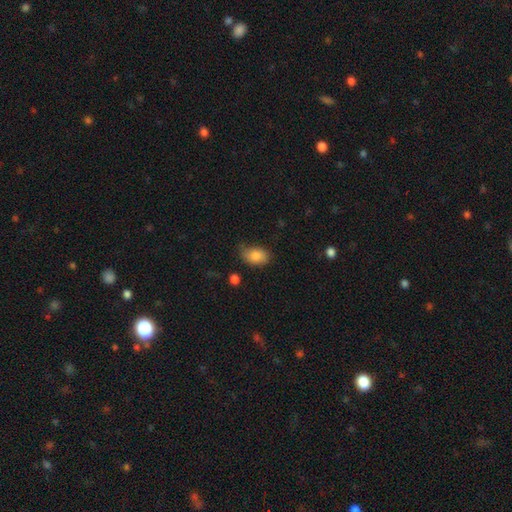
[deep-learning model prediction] smooth 84%, featured or disk 9%, star or artifact 8%. Down the decision tree: how rounded — in between (84%); merging — none (62%).